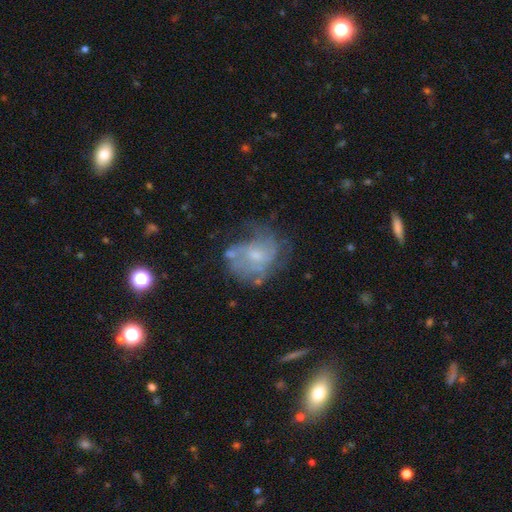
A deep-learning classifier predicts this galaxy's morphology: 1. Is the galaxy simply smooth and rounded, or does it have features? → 62% featured or disk, 28% smooth, 10% star or artifact.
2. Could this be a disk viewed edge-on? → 97% no, 3% yes.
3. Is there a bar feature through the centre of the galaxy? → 68% no, 28% weak, 4% strong.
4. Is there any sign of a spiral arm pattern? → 55% yes, 45% no.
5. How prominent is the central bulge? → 46% small, 37% moderate, 13% none, 3% large, 1% dominant.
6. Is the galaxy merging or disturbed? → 44% none, 25% major disturbance, 24% minor disturbance, 7% merger.